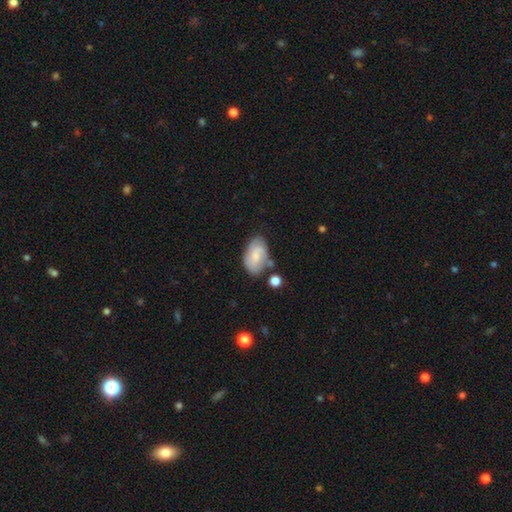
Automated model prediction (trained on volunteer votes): Smooth or featured? Predicted: smooth (p=0.51). How rounded? Predicted: in between (p=0.90). Merging? Predicted: none (p=0.56).